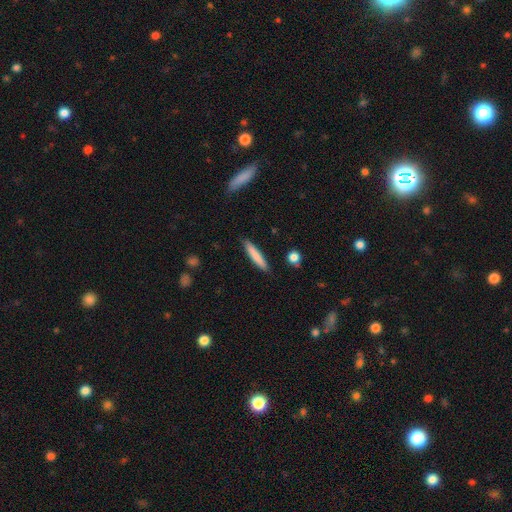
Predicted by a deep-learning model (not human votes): Q: Smooth or featured?
A: smooth (79%); runner-up: featured or disk (15%)
Q: How rounded?
A: cigar-shaped (92%); runner-up: in between (7%)
Q: Merging?
A: none (89%); runner-up: minor disturbance (8%)